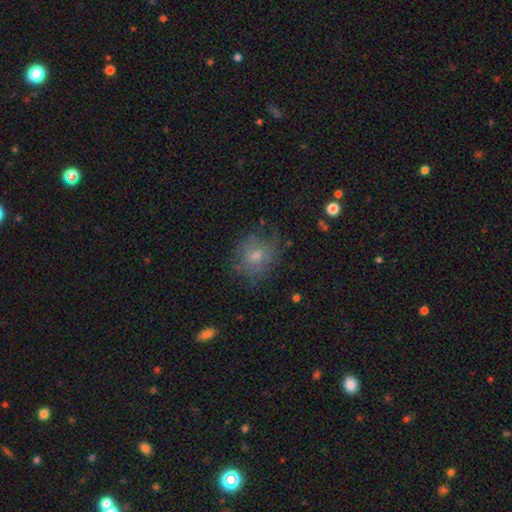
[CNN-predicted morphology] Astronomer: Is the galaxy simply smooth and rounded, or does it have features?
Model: smooth — 61%.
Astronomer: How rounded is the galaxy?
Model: round — 74%.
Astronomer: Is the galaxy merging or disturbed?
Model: none — 68%.